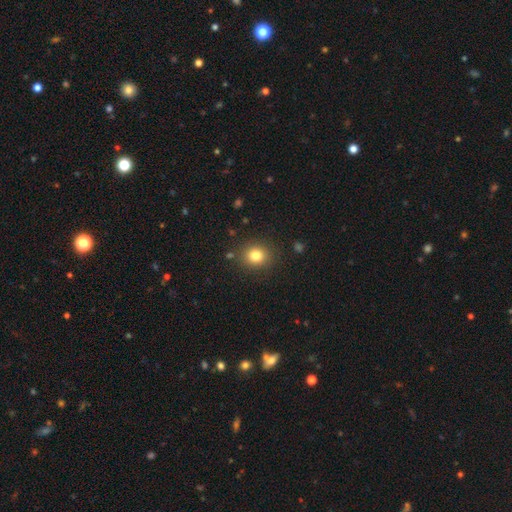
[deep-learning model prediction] The model was most divided on "how rounded": round: 77%, in between: 22%, cigar-shaped: 1%. More confident: merging — none (87%); smooth or featured — smooth (81%).